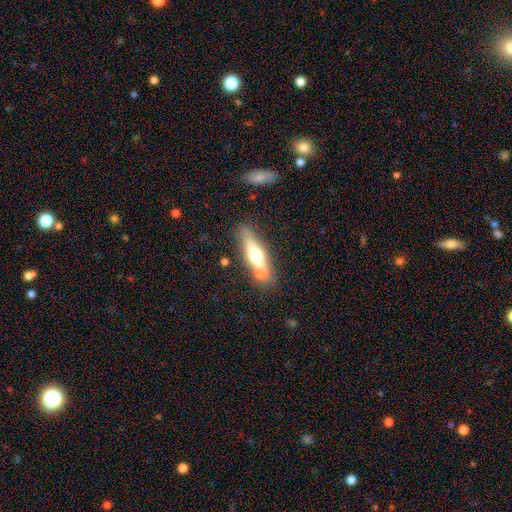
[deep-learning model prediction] This is possibly a smooth galaxy (50%). Merging: possibly none (55%).